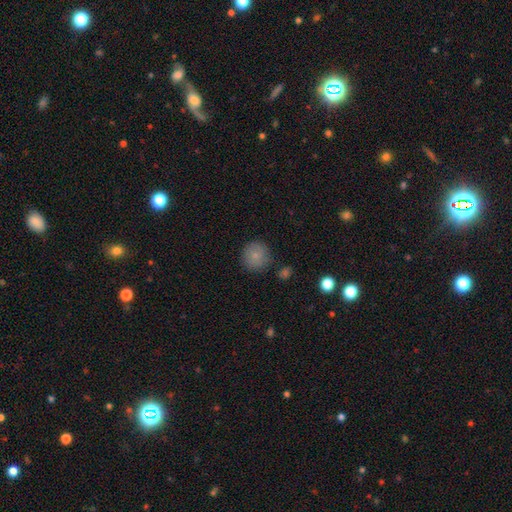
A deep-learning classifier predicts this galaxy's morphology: This appears to be a smooth galaxy with no disk features (84%) that is round (93%). Merging: none (82%).